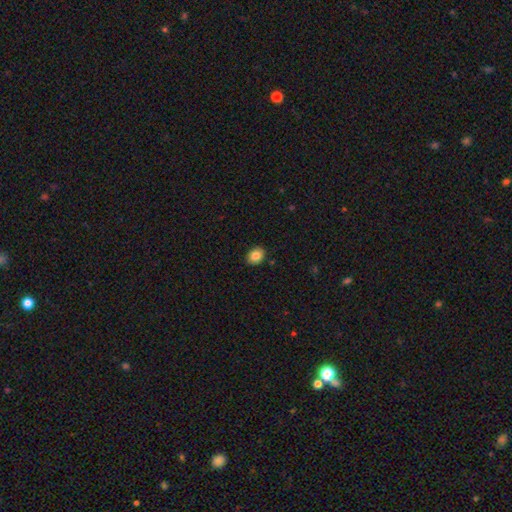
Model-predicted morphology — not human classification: smooth-or-featured: smooth: 84% | star or artifact: 9% | featured or disk: 8%
  how-rounded: in between: 60% | round: 39% | cigar-shaped: 1%
  merging: none: 89% | minor disturbance: 8% | major disturbance: 2% | merger: 1%